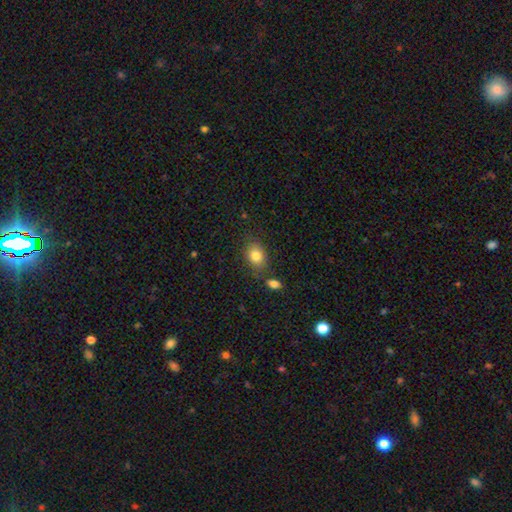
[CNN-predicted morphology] A smooth galaxy with no disk features (82%) that is in between round and cigar-shaped (68%). Merging: none (74%).